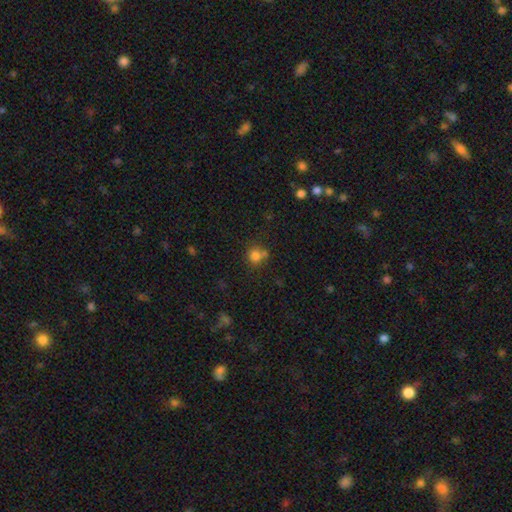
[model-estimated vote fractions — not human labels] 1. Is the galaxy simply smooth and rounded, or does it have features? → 80% smooth, 13% star or artifact, 7% featured or disk.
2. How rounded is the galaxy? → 88% round, 11% in between, 1% cigar-shaped.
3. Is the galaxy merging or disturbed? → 63% none, 20% merger, 12% minor disturbance, 4% major disturbance.